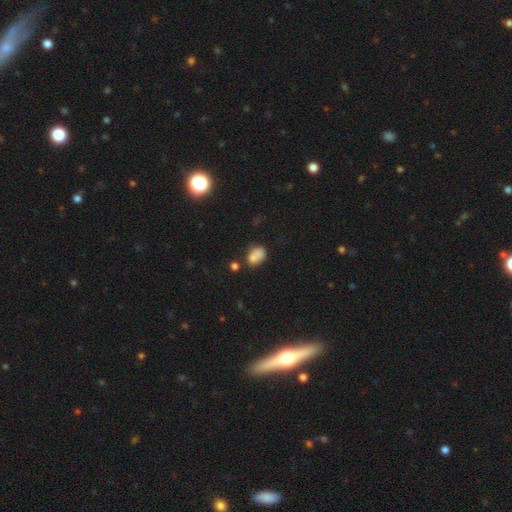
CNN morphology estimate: smooth-or-featured: smooth: 79% | star or artifact: 11% | featured or disk: 9%
  how-rounded: in between: 74% | round: 24% | cigar-shaped: 2%
  merging: none: 49% | merger: 24% | minor disturbance: 21% | major disturbance: 7%